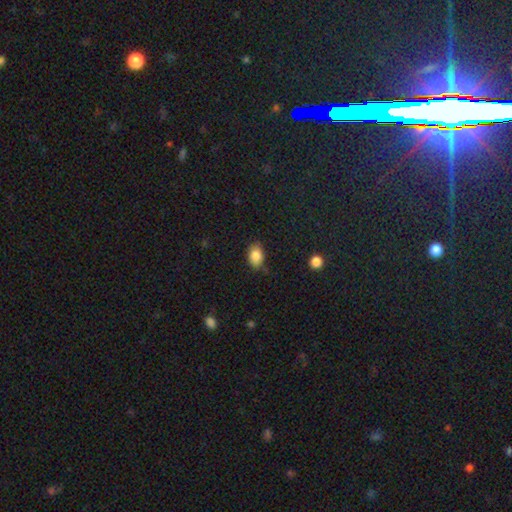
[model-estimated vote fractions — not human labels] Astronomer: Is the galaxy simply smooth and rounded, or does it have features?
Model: smooth — 85%.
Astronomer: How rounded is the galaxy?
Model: in between — 82%.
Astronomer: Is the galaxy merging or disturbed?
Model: none — 77%.